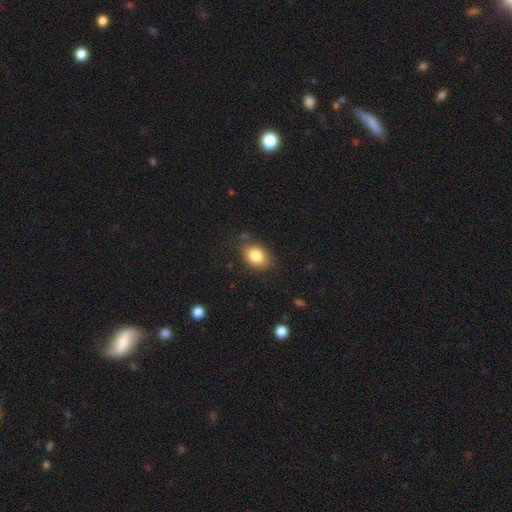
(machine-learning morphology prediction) type=smooth (83%); roundness=in between (74%); merging=none (79%).